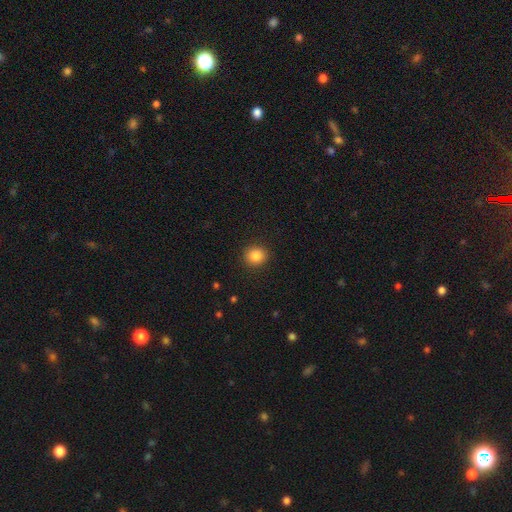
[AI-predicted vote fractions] smooth-or-featured: smooth: 86% | star or artifact: 10% | featured or disk: 4%
  how-rounded: round: 85% | in between: 14% | cigar-shaped: 1%
  merging: none: 91% | minor disturbance: 6% | major disturbance: 2% | merger: 1%